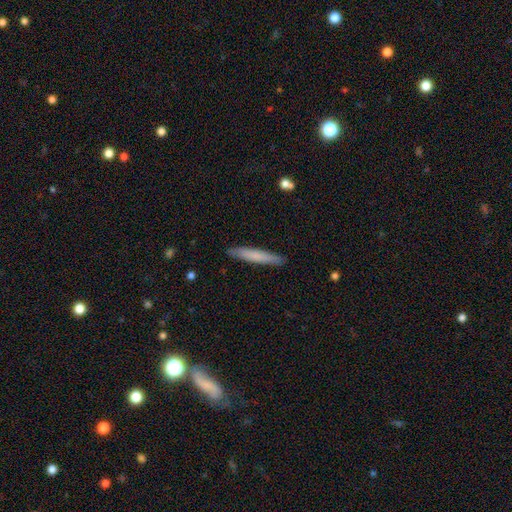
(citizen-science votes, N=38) Volunteers were most divided on "merging": none: 86%, minor disturbance: 14%, major disturbance: 0%, merger: 0%. More confident: how rounded — cigar-shaped (94%); smooth or featured — smooth (84%).